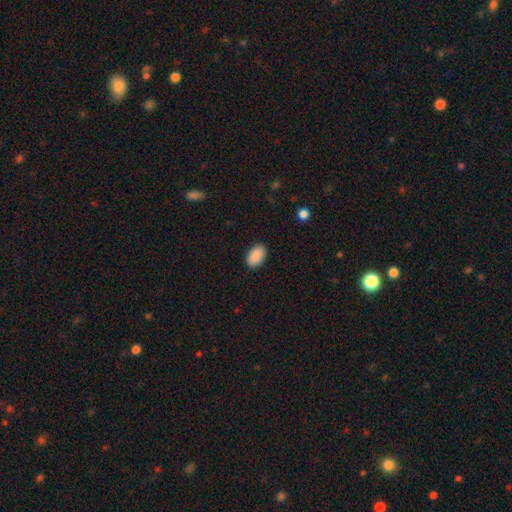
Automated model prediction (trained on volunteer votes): Smooth or featured? smooth (91%)
How rounded? in between (93%)
Merging? none (89%)